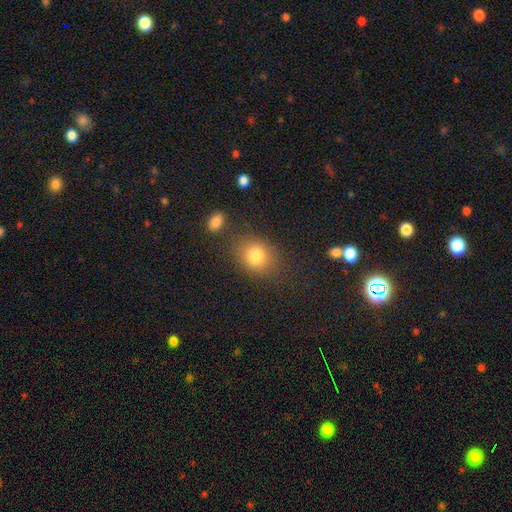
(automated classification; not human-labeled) A smooth galaxy with no disk features (81%) that is round (57%). Merging: none (77%).